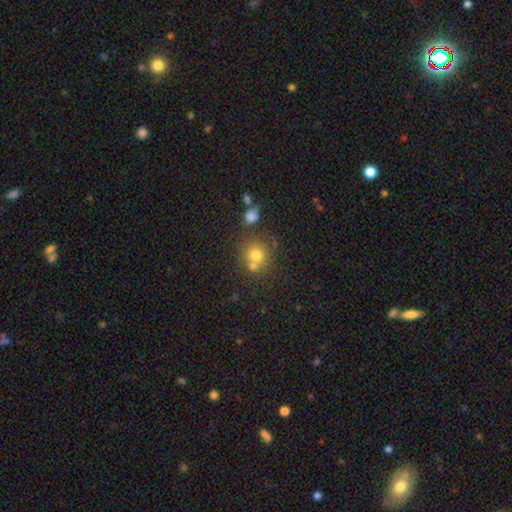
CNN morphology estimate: Smooth or featured: smooth — 73% (star or artifact — 14%)
How rounded: round — 88% (in between — 11%)
Merging: none — 60% (merger — 27%)